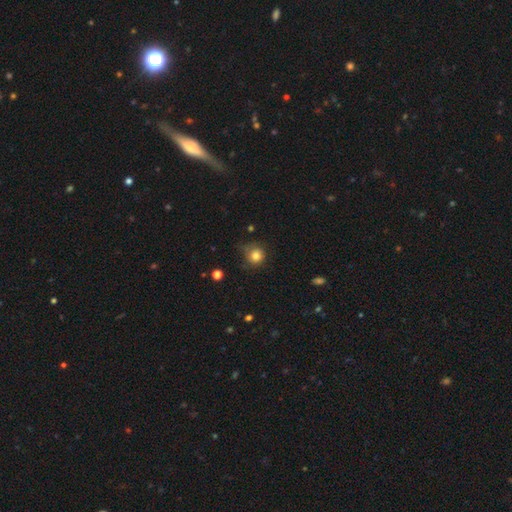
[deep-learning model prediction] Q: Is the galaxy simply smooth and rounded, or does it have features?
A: smooth — 82%.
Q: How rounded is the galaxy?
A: round — 89%.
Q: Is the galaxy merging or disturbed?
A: none — 65%.